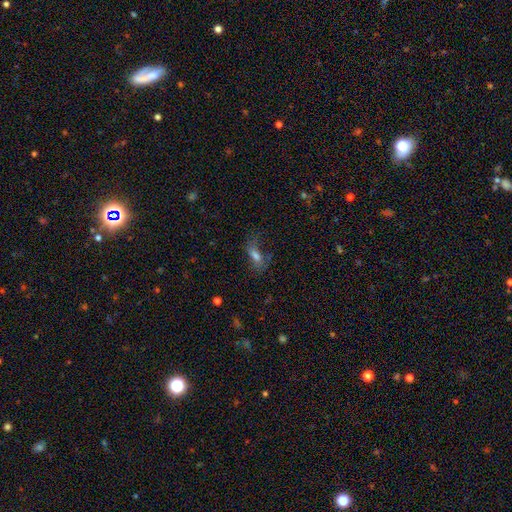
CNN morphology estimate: type=smooth (54%); roundness=in between (75%); merging=none (43%).